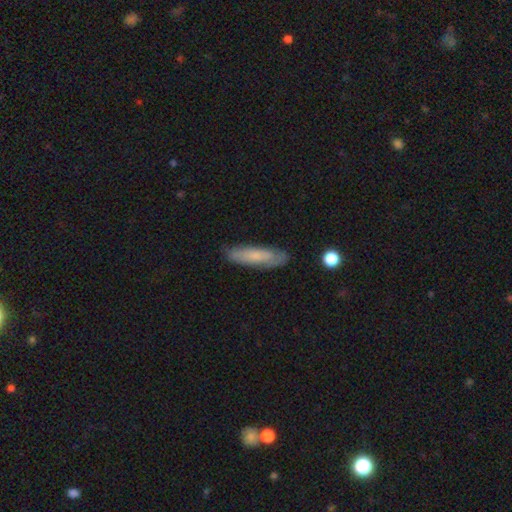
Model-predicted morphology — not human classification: Smooth or featured: smooth — 68% (featured or disk — 25%)
How rounded: cigar-shaped — 71% (in between — 27%)
Merging: none — 80% (minor disturbance — 15%)